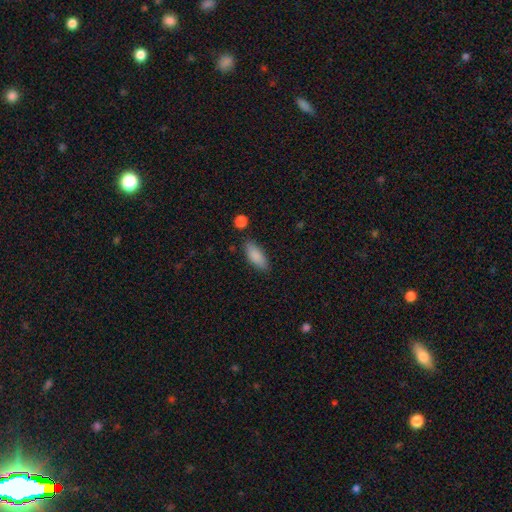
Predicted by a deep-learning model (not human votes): smooth-or-featured: smooth: 86% | featured or disk: 7% | star or artifact: 7%
  how-rounded: in between: 73% | cigar-shaped: 24% | round: 2%
  merging: none: 82% | minor disturbance: 12% | merger: 3% | major disturbance: 3%